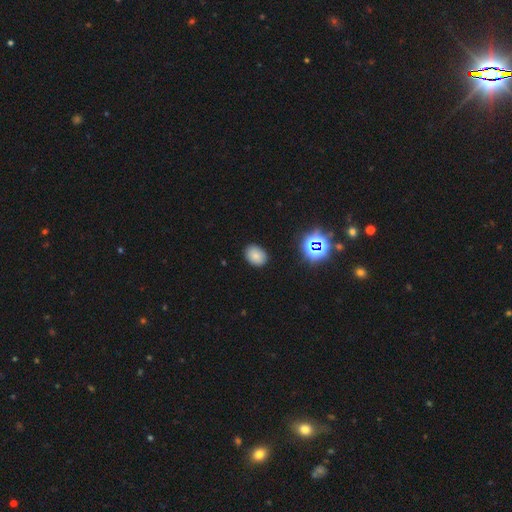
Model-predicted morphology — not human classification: Smooth or featured?
  - smooth: 78% *
  - star or artifact: 15%
  - featured or disk: 7%
How rounded?
  - in between: 70% *
  - round: 29%
  - cigar-shaped: 1%
Merging?
  - none: 88% *
  - minor disturbance: 9%
  - major disturbance: 2%
  - merger: 1%